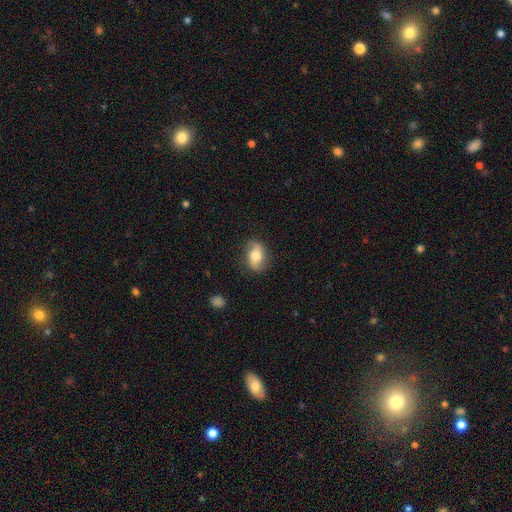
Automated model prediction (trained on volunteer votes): Smooth or featured?
  - featured or disk: 56% *
  - smooth: 36%
  - star or artifact: 8%
Edge-on disk?
  - no: 93% *
  - yes: 7%
Bar?
  - no: 49% *
  - weak: 34%
  - strong: 16%
Spiral arms?
  - yes: 86% *
  - no: 14%
Bulge size?
  - moderate: 61% *
  - large: 25%
  - small: 10%
  - dominant: 3%
  - none: 2%
Merging?
  - none: 79% *
  - minor disturbance: 15%
  - major disturbance: 5%
  - merger: 1%